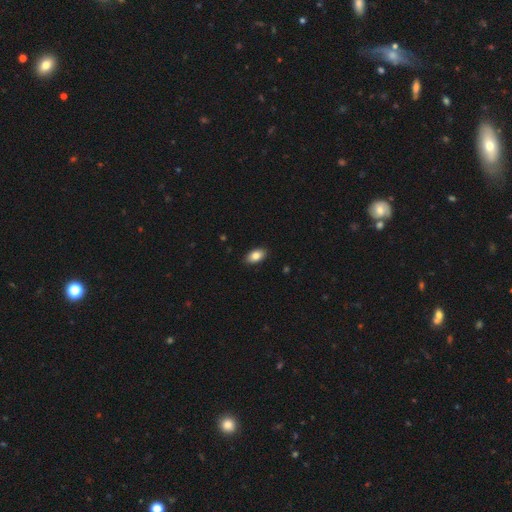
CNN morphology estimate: A smooth galaxy with no disk features (85%) that is in between round and cigar-shaped (92%).

Vote fractions:
- Smooth or featured? smooth: 85% / featured or disk: 8% / star or artifact: 7%
- How rounded? in between: 92% / round: 6% / cigar-shaped: 2%
- Merging? none: 89% / minor disturbance: 8% / major disturbance: 2% / merger: 1%